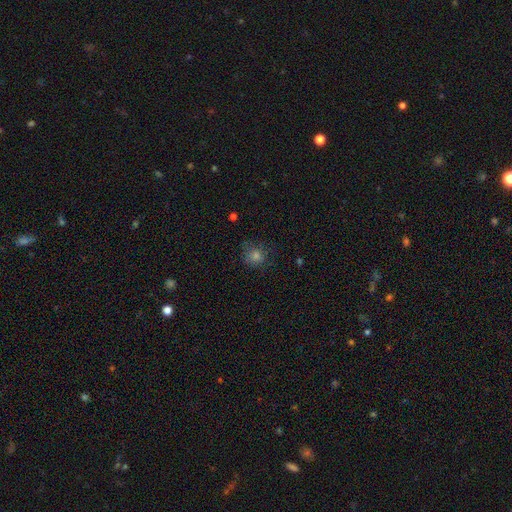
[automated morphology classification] A smooth galaxy with no disk features (68%) that is round (88%). Merging: none (77%).